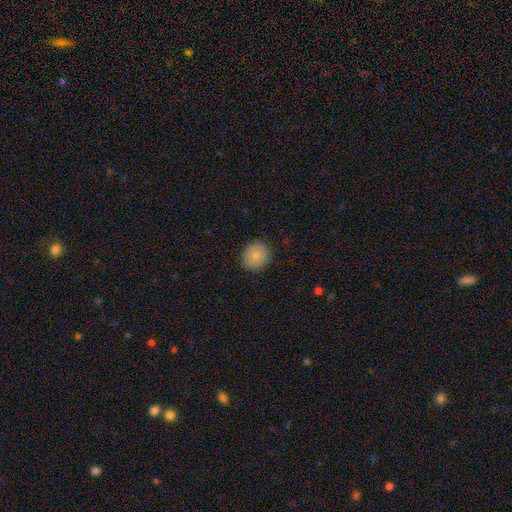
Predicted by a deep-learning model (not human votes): Smooth or featured: smooth — 83% (featured or disk — 9%)
How rounded: round — 83% (in between — 16%)
Merging: none — 90% (minor disturbance — 7%)